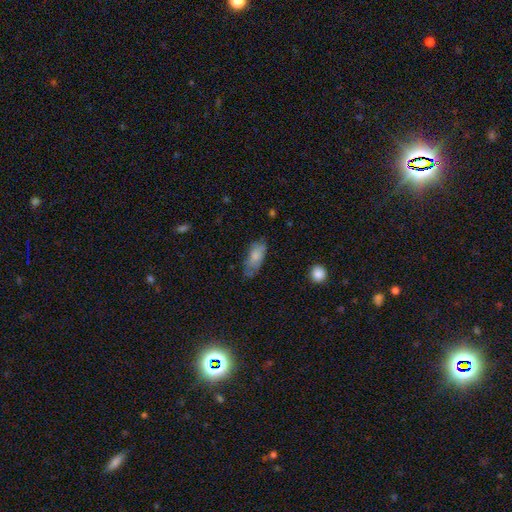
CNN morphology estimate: Smooth or featured?
  - smooth: 77% *
  - featured or disk: 16%
  - star or artifact: 7%
How rounded?
  - in between: 86% *
  - cigar-shaped: 11%
  - round: 3%
Merging?
  - none: 54% *
  - minor disturbance: 32%
  - major disturbance: 12%
  - merger: 3%